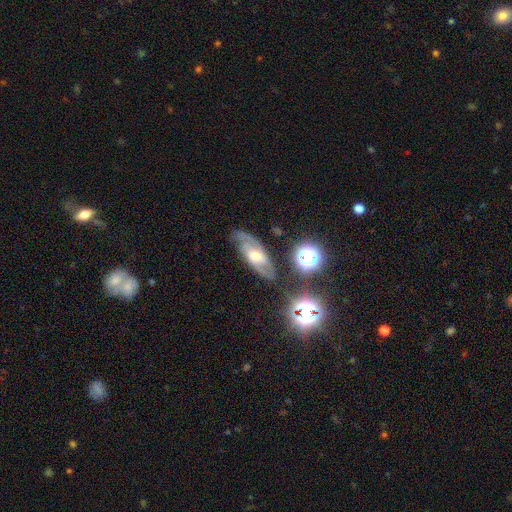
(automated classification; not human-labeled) A featured or disk galaxy (73%) with a weak bar (44%), 2 (73%) medium (49%) spiral arms (92%) and a moderate central bulge (62%).

Vote fractions:
- Smooth or featured? featured or disk: 73% / smooth: 14% / star or artifact: 13%
- Edge-on disk? no: 90% / yes: 10%
- Bar? weak: 44% / no: 42% / strong: 14%
- Spiral arms? yes: 92% / no: 8%
- Spiral winding? medium: 49% / tight: 34% / loose: 17%
- Spiral arm count? 2: 73% / can't tell: 15% / 3: 5% / 1: 4% / 4: 2% / more than 4: 2%
- Bulge size? moderate: 62% / small: 25% / large: 9% / none: 3% / dominant: 1%
- Merging? none: 74% / minor disturbance: 17% / major disturbance: 6% / merger: 3%